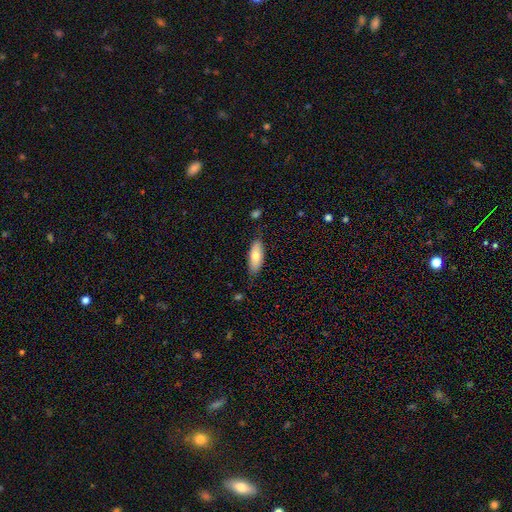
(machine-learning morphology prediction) Smooth or featured? smooth (76%)
How rounded? in between (73%)
Merging? none (80%)